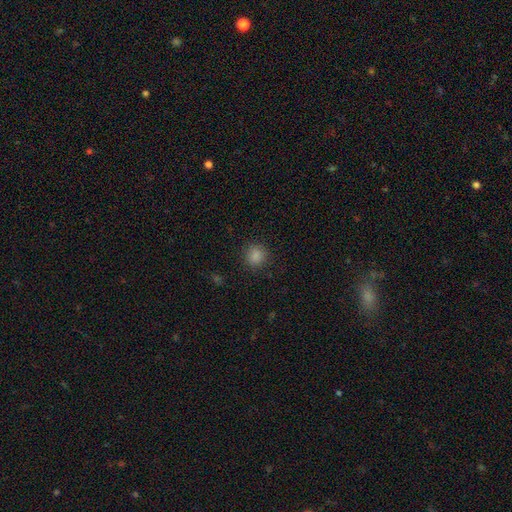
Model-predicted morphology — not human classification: This is clearly a smooth galaxy (86%). How rounded: clearly round (88%). Merging: clearly none (88%).